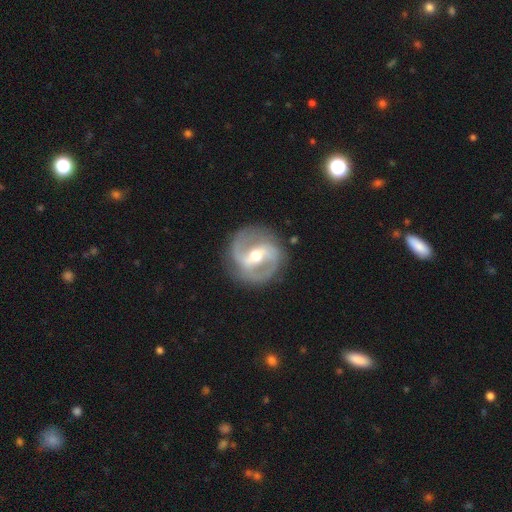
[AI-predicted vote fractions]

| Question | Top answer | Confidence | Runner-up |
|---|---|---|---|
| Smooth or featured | featured or disk | 88% | smooth (8%) |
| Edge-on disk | no | 97% | yes (3%) |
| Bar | strong | 49% | weak (37%) |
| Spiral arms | yes | 94% | no (6%) |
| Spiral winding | medium | 53% | tight (26%) |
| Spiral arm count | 2 | 90% | can't tell (4%) |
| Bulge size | moderate | 70% | small (24%) |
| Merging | none | 84% | minor disturbance (11%) |